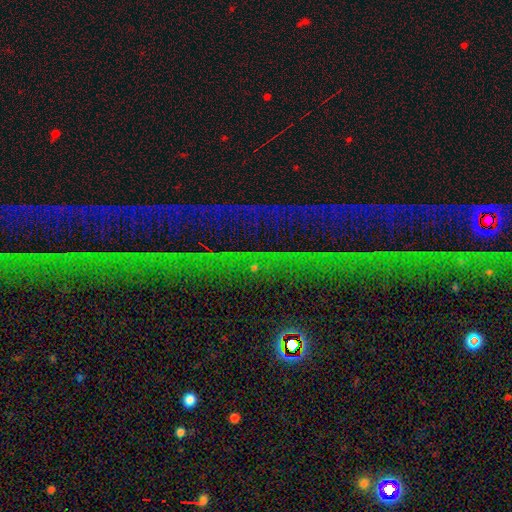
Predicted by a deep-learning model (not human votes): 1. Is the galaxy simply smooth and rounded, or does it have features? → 87% star or artifact, 8% featured or disk, 6% smooth.